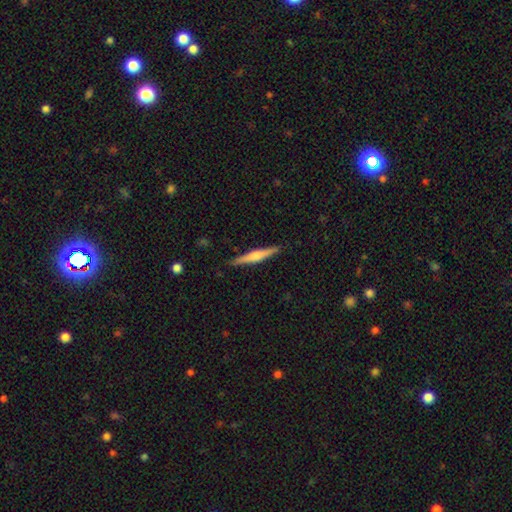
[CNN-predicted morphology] type=featured or disk (53%); edge-on=yes (98%); edge-on bulge=rounded (65%); merging=none (89%).